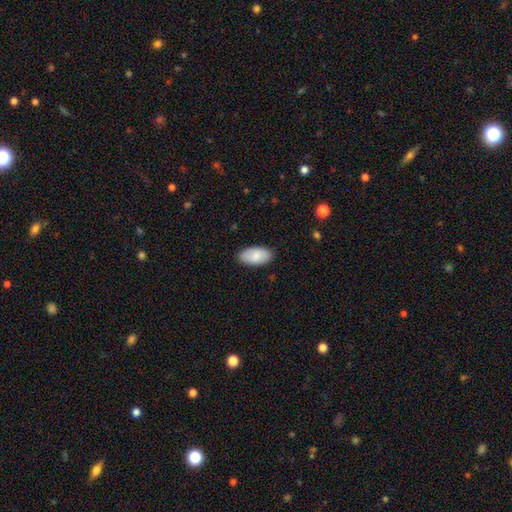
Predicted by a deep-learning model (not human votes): Morphology: type=smooth (85%); roundness=in between (95%); merging=none (88%).